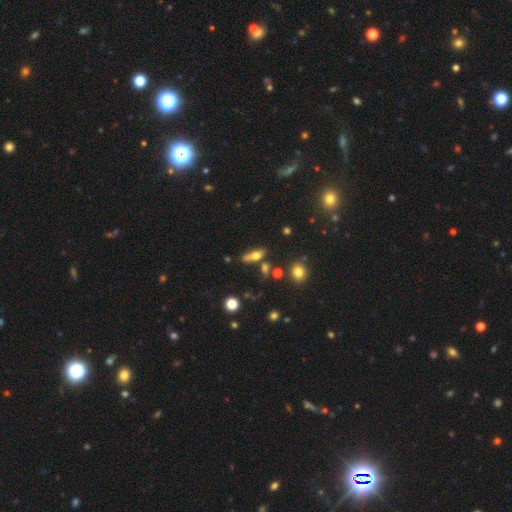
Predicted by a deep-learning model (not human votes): Smooth or featured: smooth — 58% (featured or disk — 30%)
How rounded: in between — 61% (cigar-shaped — 32%)
Merging: none — 57% (minor disturbance — 18%)